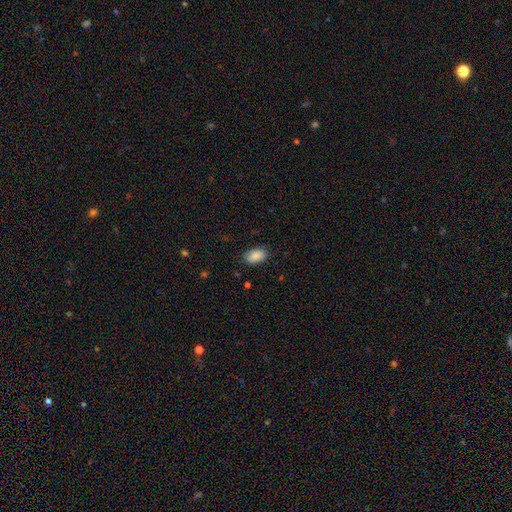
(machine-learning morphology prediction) smooth-or-featured: smooth: 89% | star or artifact: 7% | featured or disk: 4%
  how-rounded: in between: 92% | round: 7% | cigar-shaped: 1%
  merging: none: 84% | minor disturbance: 12% | major disturbance: 3% | merger: 1%